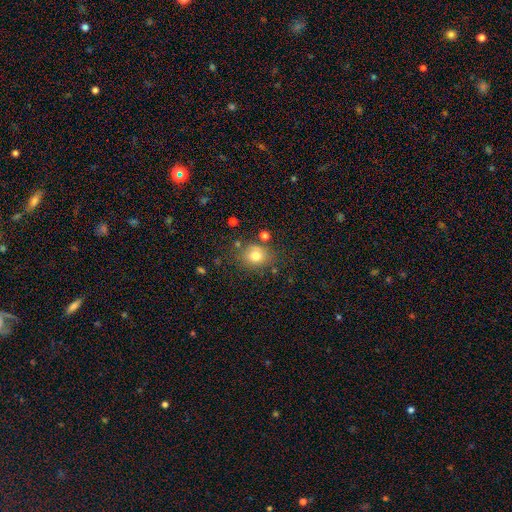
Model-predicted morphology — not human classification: smooth 76%, star or artifact 13%, featured or disk 11%. Down the decision tree: how rounded — round (63%); merging — none (73%).